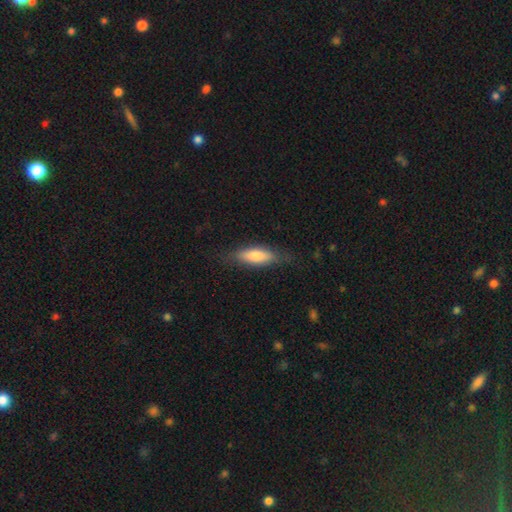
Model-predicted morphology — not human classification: smooth-or-featured: smooth: 73% | featured or disk: 22% | star or artifact: 6%
  how-rounded: cigar-shaped: 51% | in between: 47% | round: 2%
  merging: none: 77% | minor disturbance: 17% | major disturbance: 5% | merger: 1%